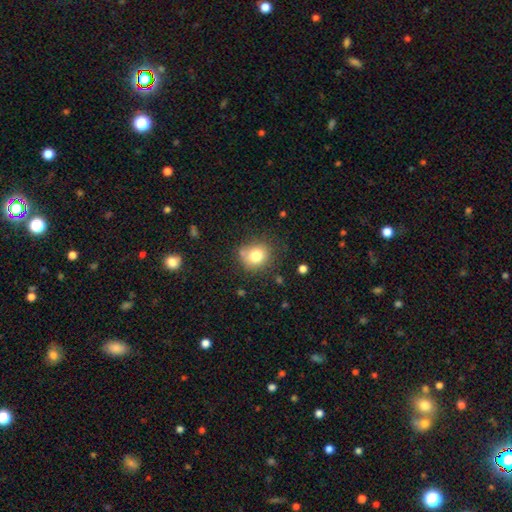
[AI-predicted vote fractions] The model was most divided on "merging": none: 69%, minor disturbance: 20%, major disturbance: 6%, merger: 5%. More confident: smooth or featured — smooth (78%); how rounded — round (75%).